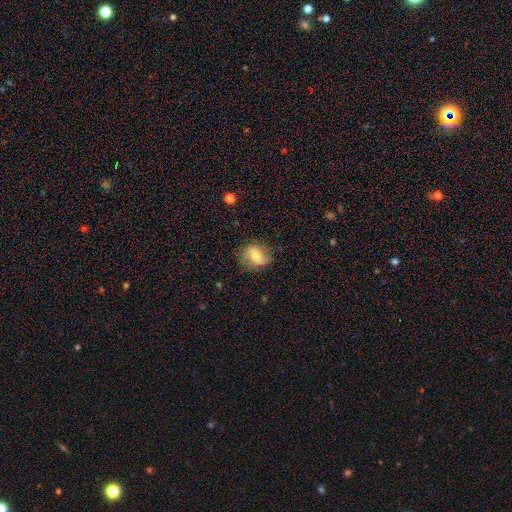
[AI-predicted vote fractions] A smooth galaxy with no disk features (62%) that is in between round and cigar-shaped (51%).

Vote fractions:
- Smooth or featured? smooth: 62% / featured or disk: 29% / star or artifact: 8%
- How rounded? in between: 51% / round: 47% / cigar-shaped: 2%
- Merging? none: 70% / minor disturbance: 21% / major disturbance: 8% / merger: 1%